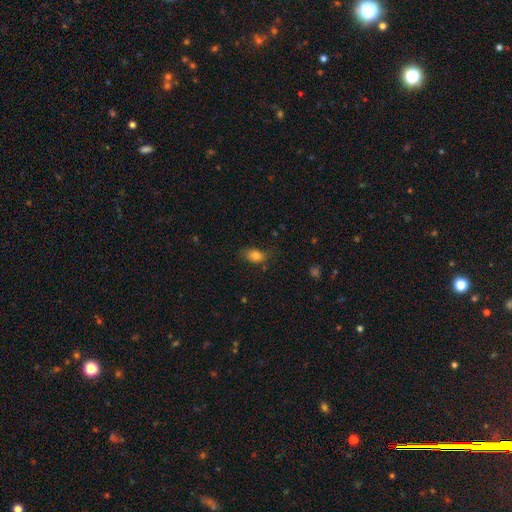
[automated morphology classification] The model was most divided on "merging": none: 73%, minor disturbance: 21%, major disturbance: 5%, merger: 2%. More confident: smooth or featured — smooth (82%); how rounded — in between (81%).